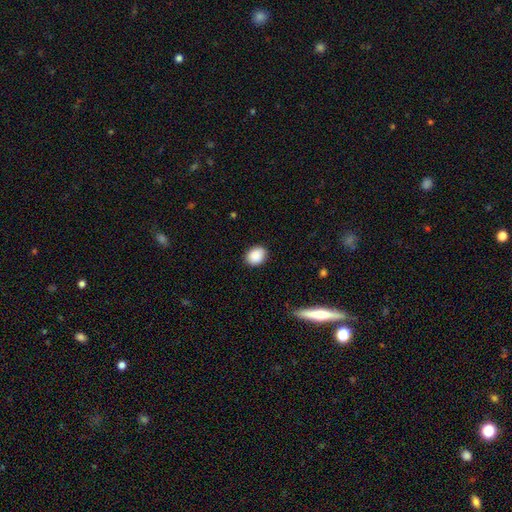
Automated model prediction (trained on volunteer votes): Overall: smooth (89%). How rounded: in between (57%; round 42%). Merging: none (88%).